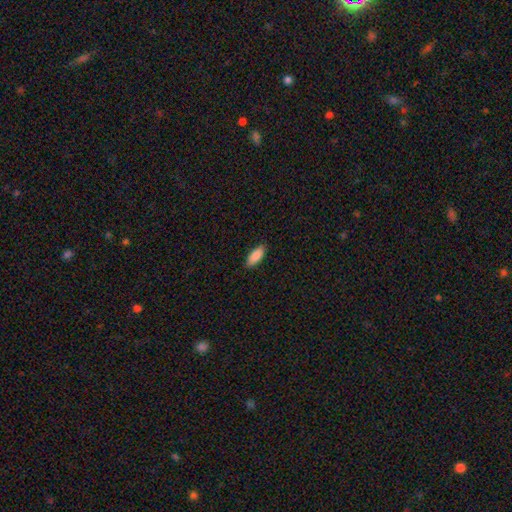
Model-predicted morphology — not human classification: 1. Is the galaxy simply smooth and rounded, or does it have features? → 90% smooth, 6% star or artifact, 5% featured or disk.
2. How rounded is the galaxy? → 79% in between, 19% cigar-shaped, 2% round.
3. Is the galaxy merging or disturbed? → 87% none, 10% minor disturbance, 2% major disturbance, 1% merger.